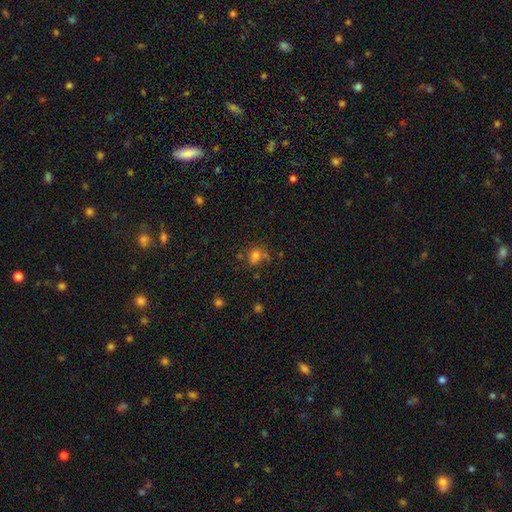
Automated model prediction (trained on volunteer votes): smooth_or_featured: smooth (p=0.72) [alt: star or artifact p=0.17]
how_rounded: round (p=0.66) [alt: in between p=0.33]
merging: none (p=0.56) [alt: minor disturbance p=0.19]